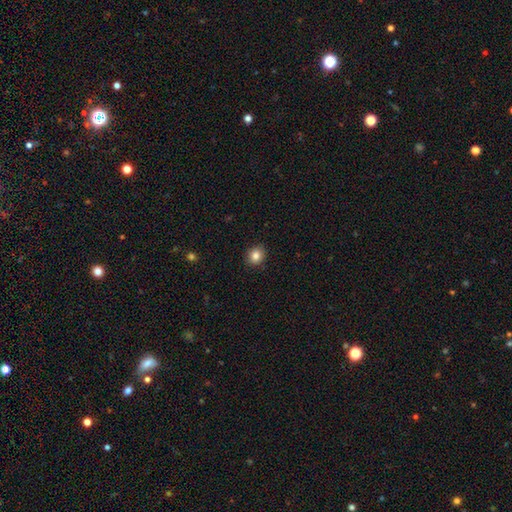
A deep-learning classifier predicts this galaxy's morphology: type=smooth (84%); roundness=round (73%); merging=none (90%).